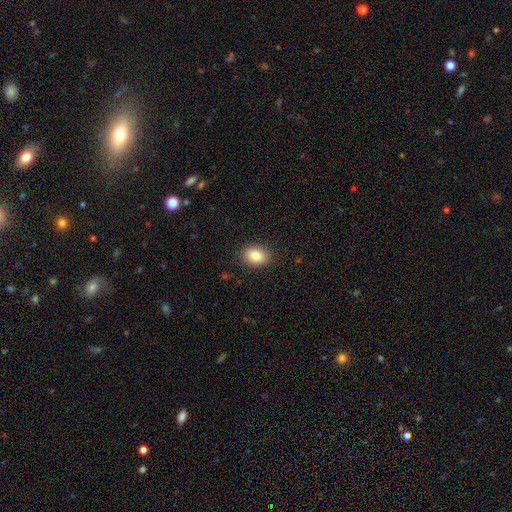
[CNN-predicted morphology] A smooth galaxy with no disk features (84%) that is in between round and cigar-shaped (67%). Merging: none (87%).